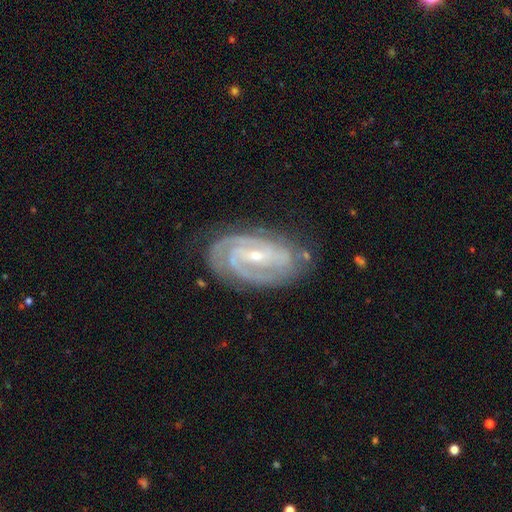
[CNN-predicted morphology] Smooth or featured? Predicted: featured or disk (p=0.90). Edge-on disk? Predicted: no (p=0.96). Bar? Predicted: weak (p=0.41). Spiral arms? Predicted: yes (p=0.98). Spiral winding? Predicted: tight (p=0.64). Spiral arm count? Predicted: 2 (p=0.45). Bulge size? Predicted: small (p=0.71). Merging? Predicted: none (p=0.75).